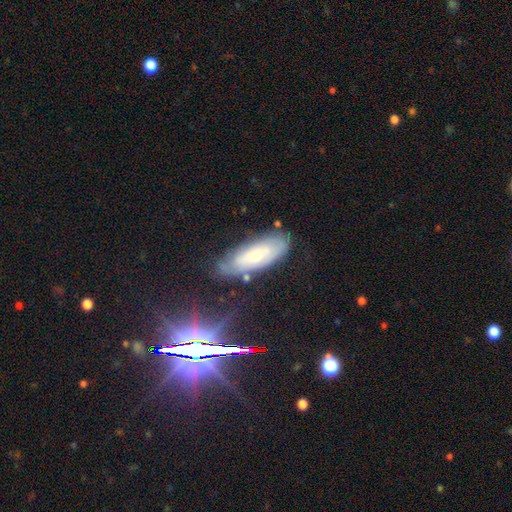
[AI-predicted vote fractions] The model was most divided on "smooth or featured": featured or disk: 47%, smooth: 41%, star or artifact: 12%. More confident: merging — none (71%).